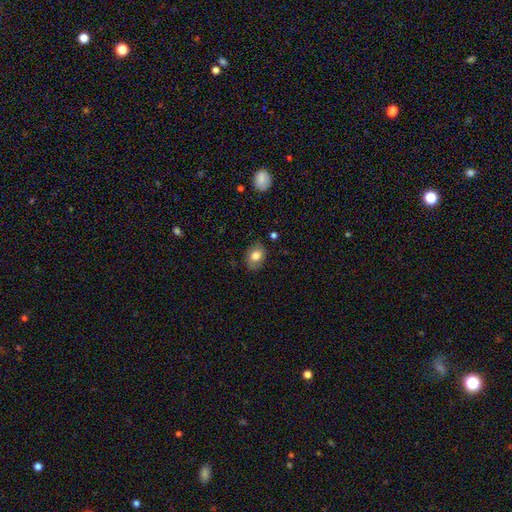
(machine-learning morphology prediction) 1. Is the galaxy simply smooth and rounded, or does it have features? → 78% smooth, 14% featured or disk, 8% star or artifact.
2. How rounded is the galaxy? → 71% in between, 27% round, 1% cigar-shaped.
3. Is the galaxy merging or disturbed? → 80% none, 15% minor disturbance, 3% major disturbance, 1% merger.